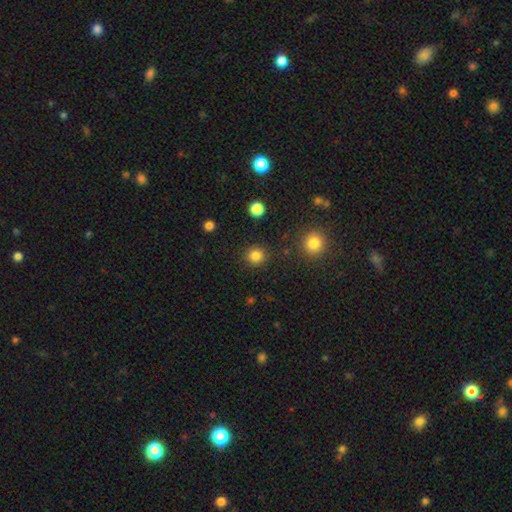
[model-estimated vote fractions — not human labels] Morphology: type=smooth (84%); roundness=round (93%); merging=none (90%).